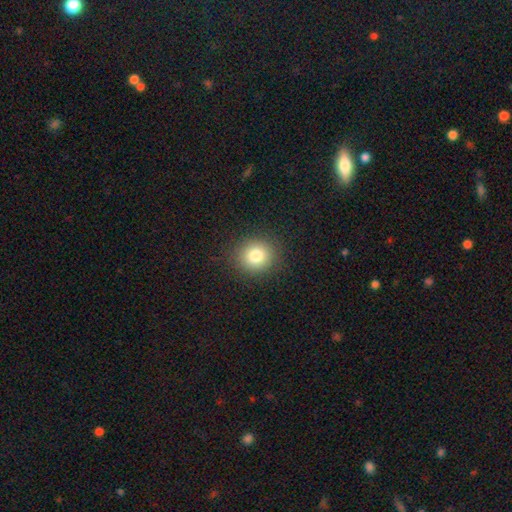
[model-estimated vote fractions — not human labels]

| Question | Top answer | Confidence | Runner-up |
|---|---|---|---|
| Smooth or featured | smooth | 81% | star or artifact (12%) |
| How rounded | round | 88% | in between (11%) |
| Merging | none | 90% | minor disturbance (6%) |